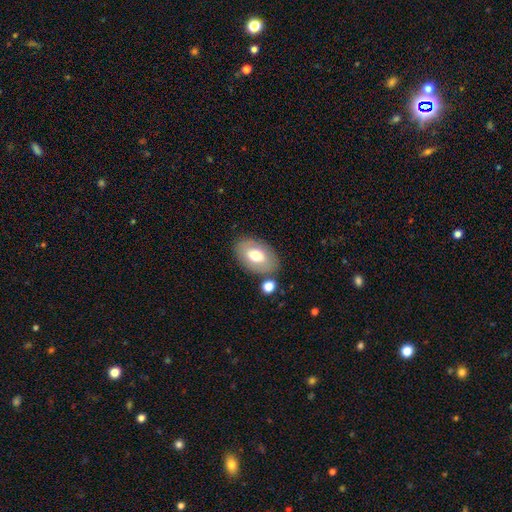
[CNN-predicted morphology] smooth 63%, featured or disk 30%, star or artifact 7%. Down the decision tree: how rounded — in between (89%); merging — none (75%).